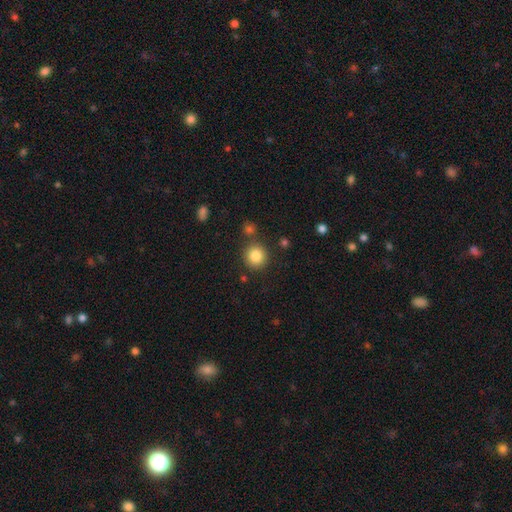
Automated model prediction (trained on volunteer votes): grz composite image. It shows a smooth galaxy with no disk features (85%) that is round (92%). Merging: none (82%).